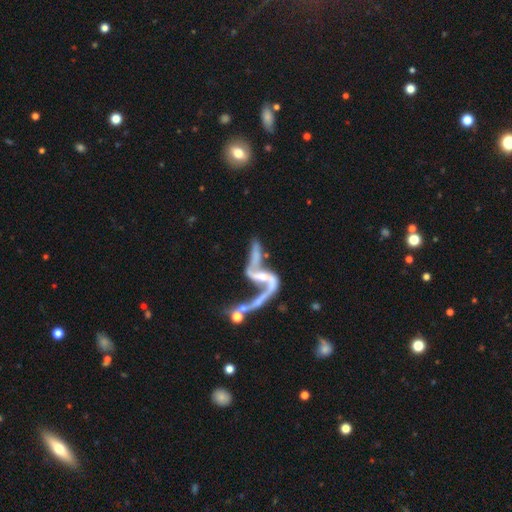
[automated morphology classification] A featured or disk galaxy (77%) with no bar (44%), 2 (75%) loose (90%) spiral arms (74%) and a small central bulge (41%).

Vote fractions:
- Smooth or featured? featured or disk: 77% / smooth: 14% / star or artifact: 9%
- Edge-on disk? no: 90% / yes: 10%
- Bar? no: 44% / weak: 33% / strong: 23%
- Spiral arms? yes: 74% / no: 26%
- Spiral winding? loose: 90% / medium: 7% / tight: 3%
- Spiral arm count? 2: 75% / 1: 15% / can't tell: 6% / 3: 2% / 4: 1% / more than 4: 1%
- Bulge size? small: 41% / moderate: 27% / none: 26% / large: 4% / dominant: 2%
- Merging? merger: 45% / major disturbance: 26% / none: 20% / minor disturbance: 10%